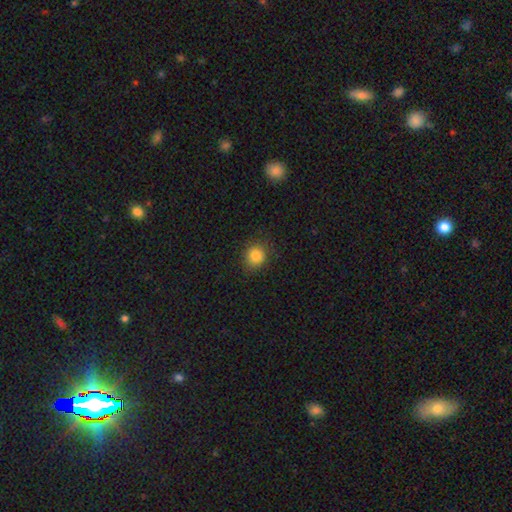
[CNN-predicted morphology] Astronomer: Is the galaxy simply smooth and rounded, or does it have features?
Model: smooth — 84%.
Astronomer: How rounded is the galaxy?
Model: round — 79%.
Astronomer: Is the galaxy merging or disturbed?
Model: none — 84%.